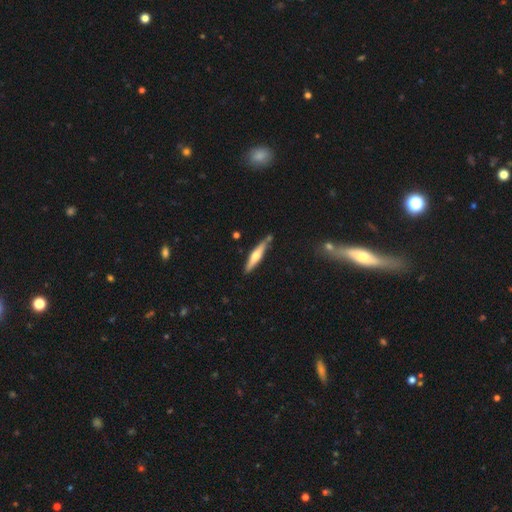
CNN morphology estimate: A featured or disk galaxy (52%) viewed edge-on (95%). Merging: none (80%).